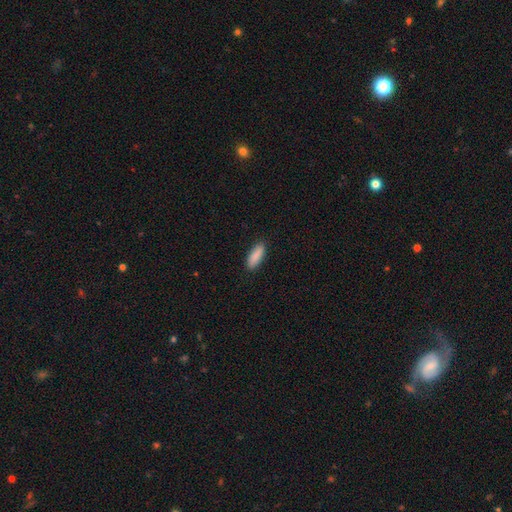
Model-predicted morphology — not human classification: Smooth or featured? smooth (90%)
How rounded? in between (61%)
Merging? none (89%)